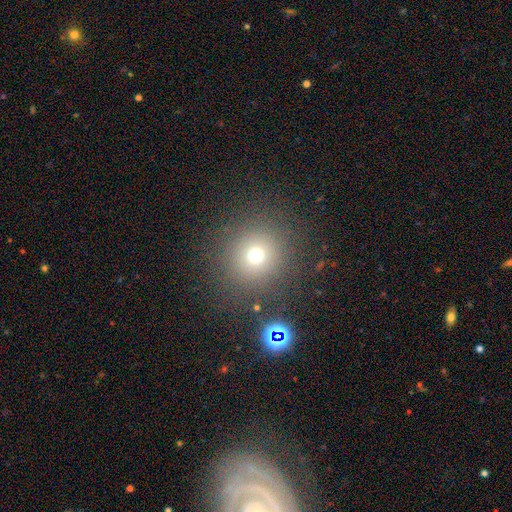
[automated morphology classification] This is likely a smooth galaxy (69%). How rounded: clearly round (92%). Merging: clearly none (86%).